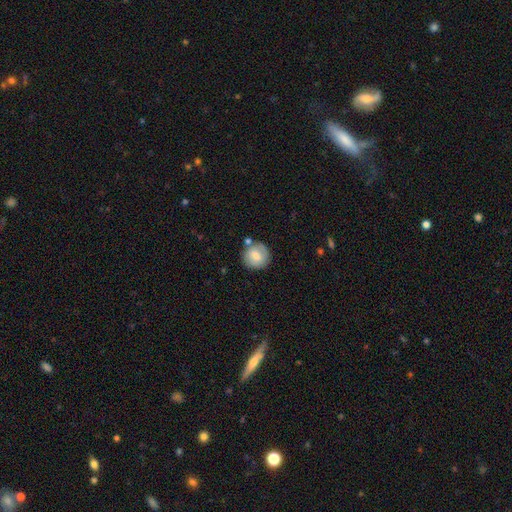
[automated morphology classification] This is likely a smooth galaxy (69%). How rounded: clearly round (90%). Merging: likely none (72%).